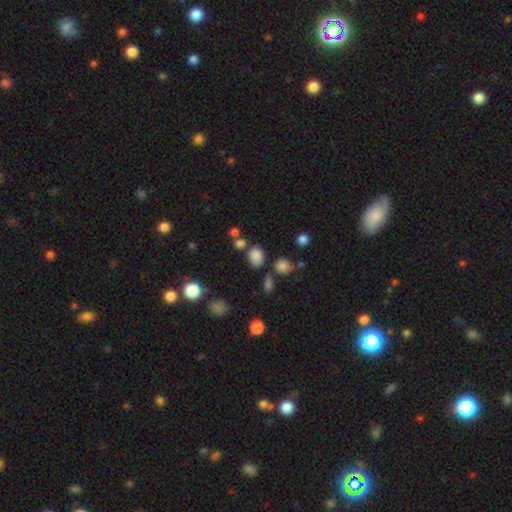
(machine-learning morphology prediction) The model was most divided on "how rounded": in between: 57%, round: 42%, cigar-shaped: 1%. More confident: smooth or featured — smooth (82%); merging — none (69%).